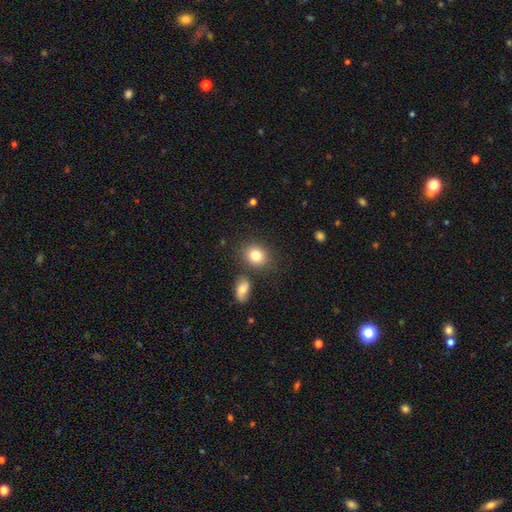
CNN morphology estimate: Smooth or featured? Predicted: smooth (p=0.82). How rounded? Predicted: round (p=0.62). Merging? Predicted: none (p=0.77).